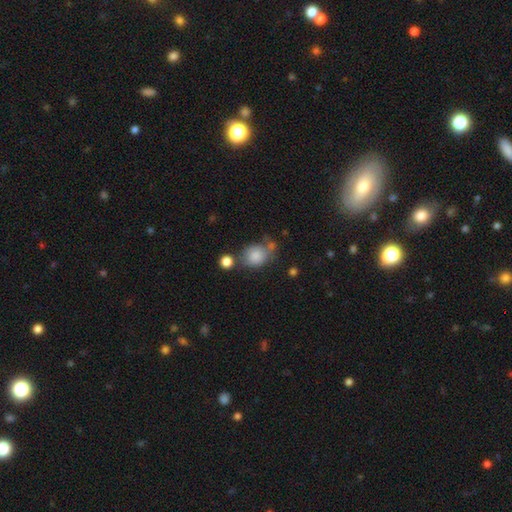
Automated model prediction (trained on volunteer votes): smooth 81%, featured or disk 10%, star or artifact 9%. Down the decision tree: how rounded — round (58%); merging — none (45%).